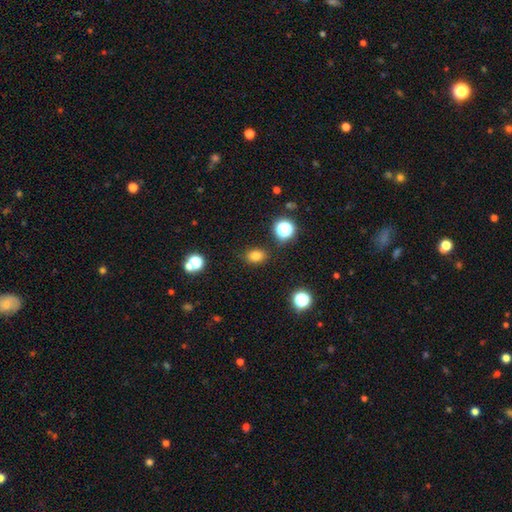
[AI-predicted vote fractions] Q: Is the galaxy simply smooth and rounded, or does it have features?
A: smooth — 80%.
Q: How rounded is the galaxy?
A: in between — 64%.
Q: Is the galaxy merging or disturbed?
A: none — 86%.